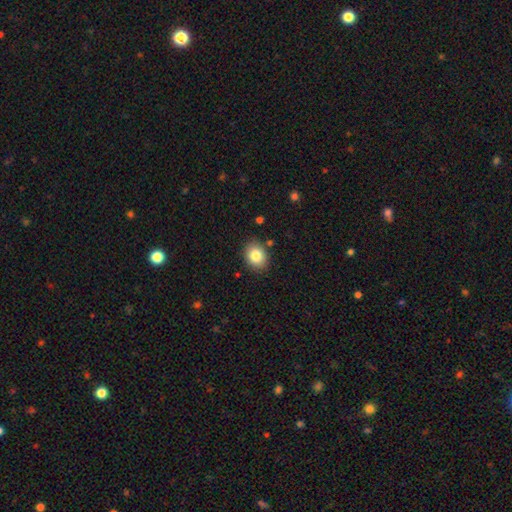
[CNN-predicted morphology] The model was most divided on "how rounded": in between: 51%, round: 48%, cigar-shaped: 1%. More confident: merging — none (85%); smooth or featured — smooth (83%).